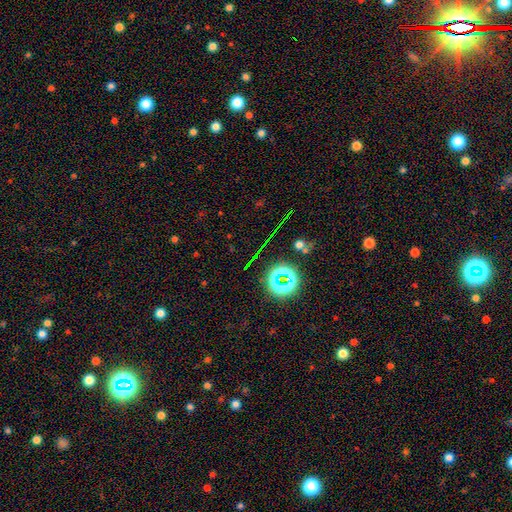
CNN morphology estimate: Smooth or featured: star or artifact — 73% (smooth — 17%)